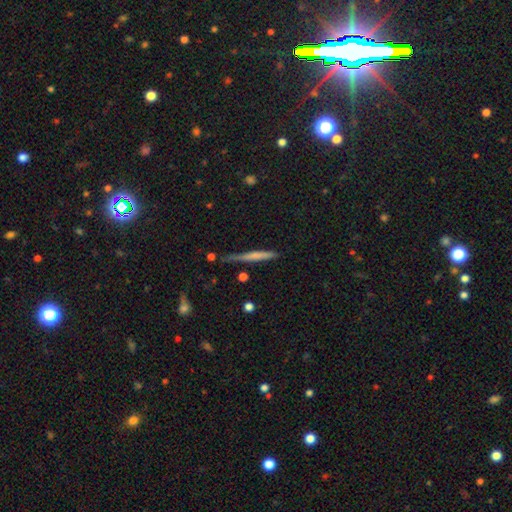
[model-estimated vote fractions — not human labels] smooth 60%, featured or disk 33%, star or artifact 7%. Down the decision tree: how rounded — cigar-shaped (95%); merging — none (70%).